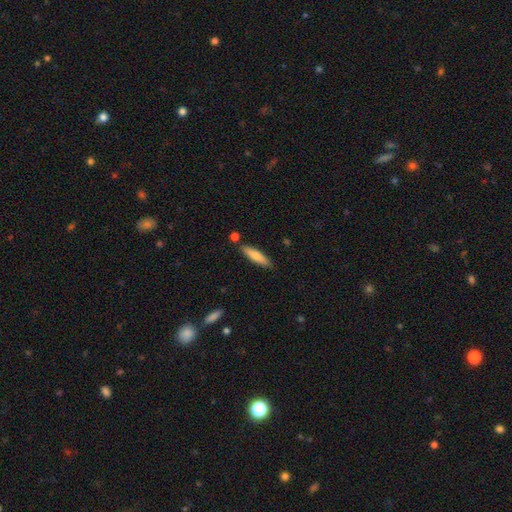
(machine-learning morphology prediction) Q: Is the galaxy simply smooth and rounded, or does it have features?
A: smooth — 76%.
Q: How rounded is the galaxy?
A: cigar-shaped — 74%.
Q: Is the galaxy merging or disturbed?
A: none — 84%.